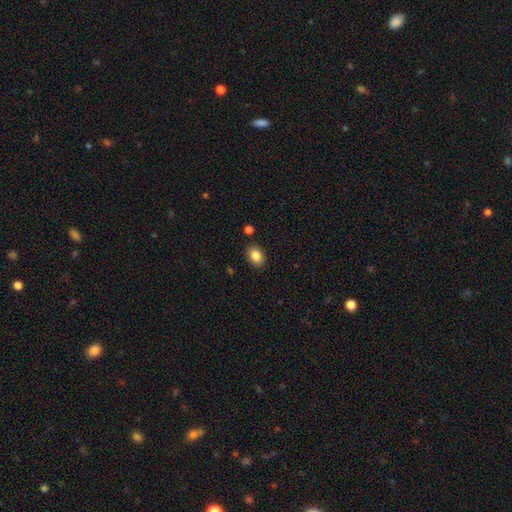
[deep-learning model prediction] A smooth galaxy with no disk features (85%) that is in between round and cigar-shaped (72%).

Vote fractions:
- Smooth or featured? smooth: 85% / star or artifact: 9% / featured or disk: 6%
- How rounded? in between: 72% / round: 27% / cigar-shaped: 1%
- Merging? none: 86% / minor disturbance: 9% / merger: 3% / major disturbance: 2%